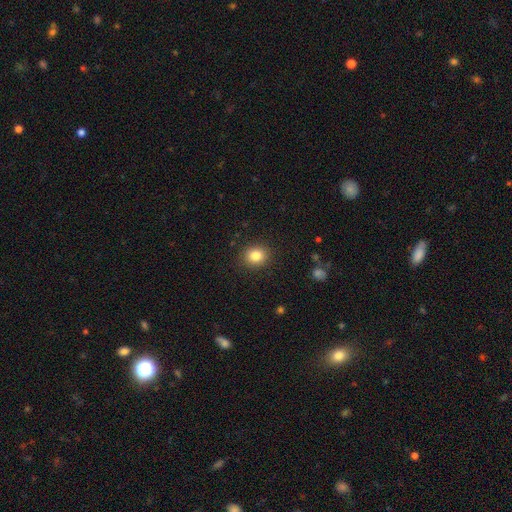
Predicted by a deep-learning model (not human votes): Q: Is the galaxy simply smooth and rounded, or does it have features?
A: smooth — 83%.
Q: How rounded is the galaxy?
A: round — 74%.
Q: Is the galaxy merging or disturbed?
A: none — 89%.